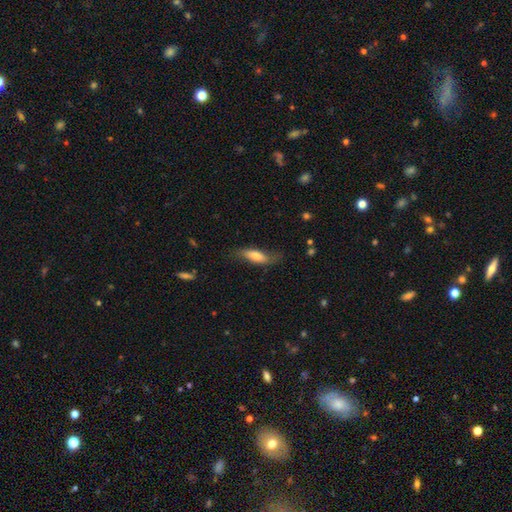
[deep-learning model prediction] This is likely a smooth galaxy (66%). How rounded: possibly in between (56%). Merging: likely none (62%).